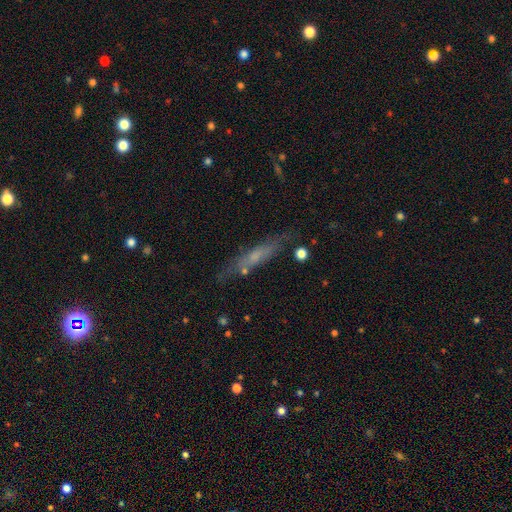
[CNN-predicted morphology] A featured or disk galaxy (46%). Merging: none (72%).